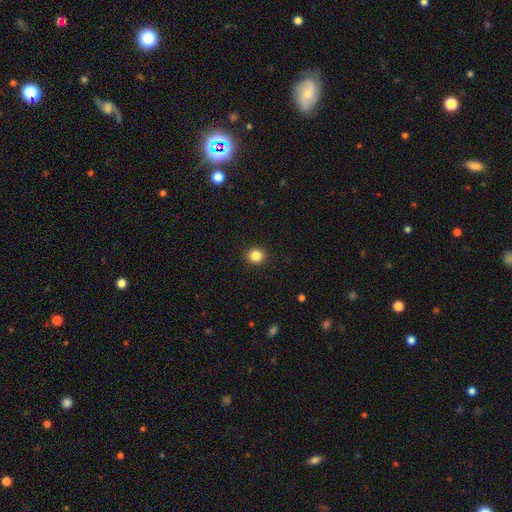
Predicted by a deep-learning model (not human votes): A smooth galaxy with no disk features (85%) that is round (87%).

Vote fractions:
- Smooth or featured? smooth: 85% / star or artifact: 11% / featured or disk: 4%
- How rounded? round: 87% / in between: 13% / cigar-shaped: 1%
- Merging? none: 92% / minor disturbance: 5% / major disturbance: 2% / merger: 1%